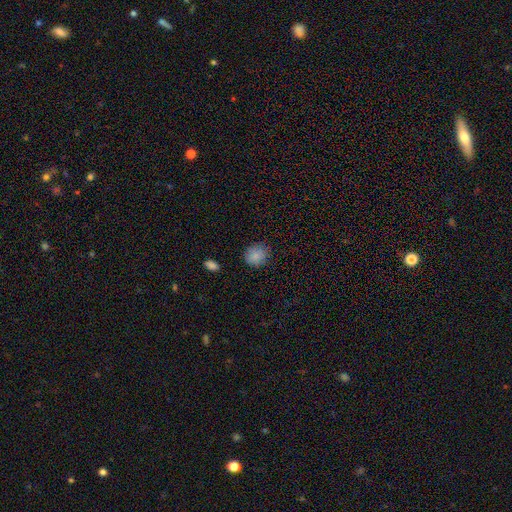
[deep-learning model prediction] smooth 86%, star or artifact 9%, featured or disk 5%. Down the decision tree: how rounded — round (77%); merging — none (84%).